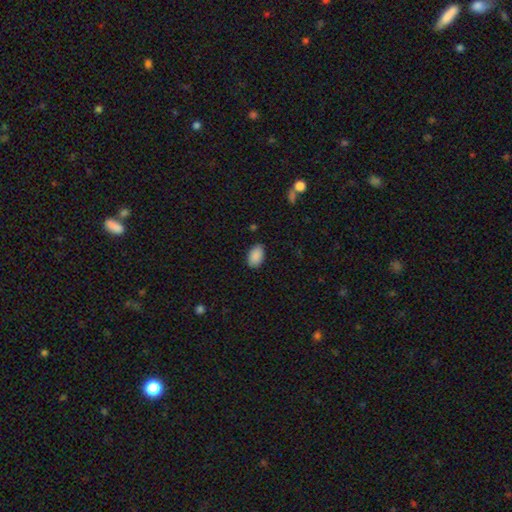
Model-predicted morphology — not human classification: smooth-or-featured: smooth: 90% | star or artifact: 7% | featured or disk: 3%
  how-rounded: in between: 92% | round: 7% | cigar-shaped: 1%
  merging: none: 85% | minor disturbance: 12% | major disturbance: 2% | merger: 1%